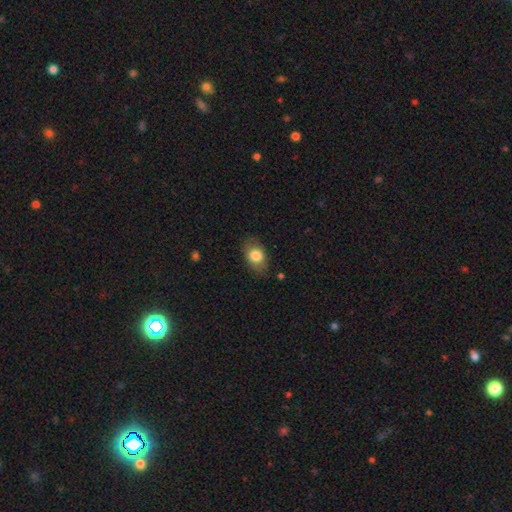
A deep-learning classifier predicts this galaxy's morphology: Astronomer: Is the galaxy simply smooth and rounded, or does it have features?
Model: smooth — 79%.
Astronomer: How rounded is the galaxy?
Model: in between — 78%.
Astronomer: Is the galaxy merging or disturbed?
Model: none — 78%.